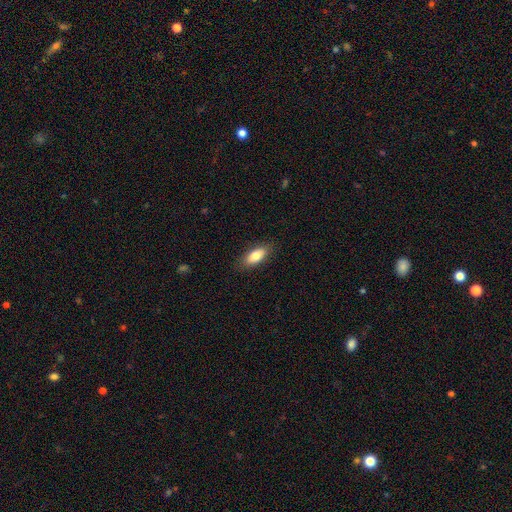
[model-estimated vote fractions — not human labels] Smooth or featured: smooth — 81% (featured or disk — 13%)
How rounded: in between — 81% (cigar-shaped — 17%)
Merging: none — 86% (minor disturbance — 11%)